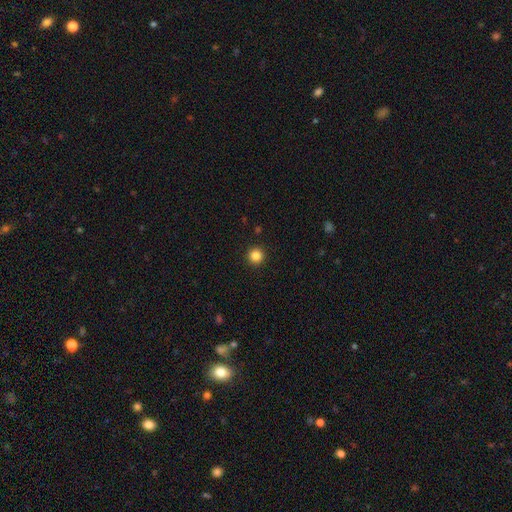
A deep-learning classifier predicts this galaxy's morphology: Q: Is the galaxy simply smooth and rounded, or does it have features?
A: smooth — 85%.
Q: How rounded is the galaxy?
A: round — 96%.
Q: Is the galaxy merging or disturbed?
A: none — 94%.